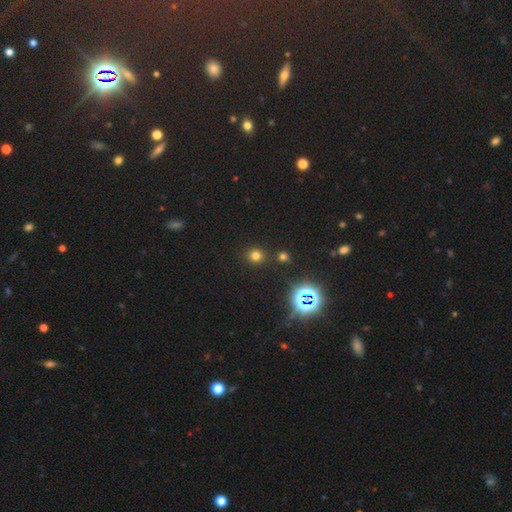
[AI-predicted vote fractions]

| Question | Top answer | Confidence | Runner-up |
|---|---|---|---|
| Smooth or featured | smooth | 70% | star or artifact (25%) |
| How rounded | round | 90% | in between (9%) |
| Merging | none | 85% | merger (6%) |